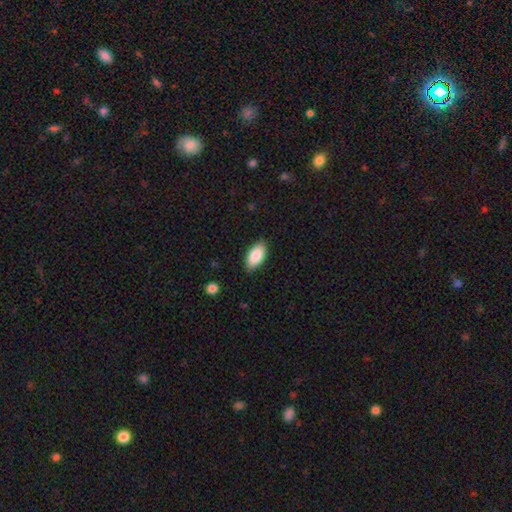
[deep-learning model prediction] Smooth or featured?
  - smooth: 87% *
  - featured or disk: 7%
  - star or artifact: 6%
How rounded?
  - in between: 93% *
  - cigar-shaped: 4%
  - round: 2%
Merging?
  - none: 86% *
  - minor disturbance: 11%
  - major disturbance: 2%
  - merger: 1%